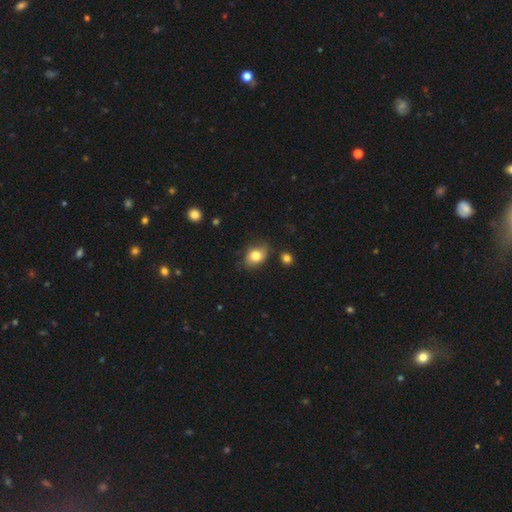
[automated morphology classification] Smooth or featured? smooth (79%)
How rounded? in between (69%)
Merging? none (75%)